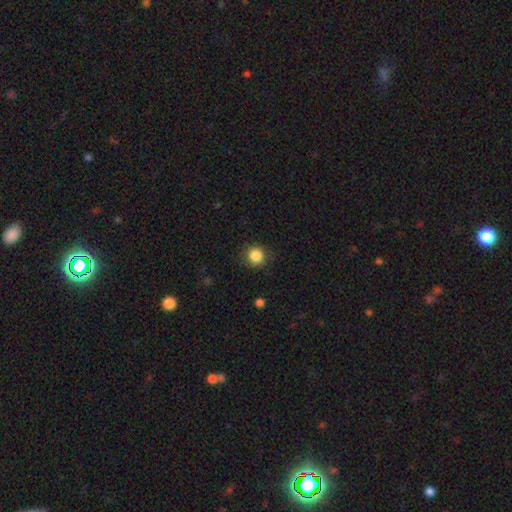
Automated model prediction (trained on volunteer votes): Morphology: type=smooth (86%); roundness=round (93%); merging=none (88%).